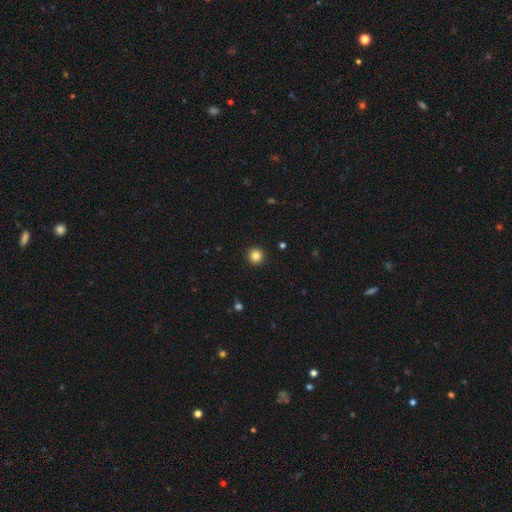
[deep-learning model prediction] The model was most divided on "smooth or featured": smooth: 84%, star or artifact: 11%, featured or disk: 5%. More confident: how rounded — round (95%); merging — none (93%).